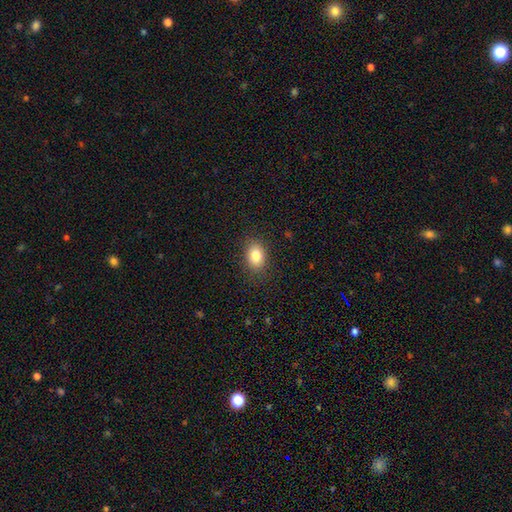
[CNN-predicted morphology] Q: Smooth or featured?
A: smooth (83%); runner-up: star or artifact (9%)
Q: How rounded?
A: in between (74%); runner-up: round (25%)
Q: Merging?
A: none (87%); runner-up: minor disturbance (9%)